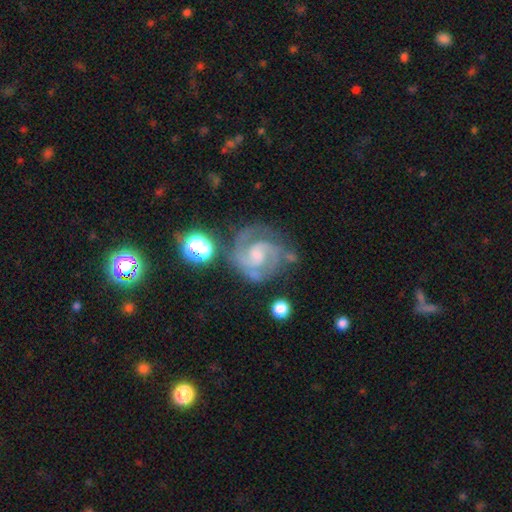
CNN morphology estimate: This is clearly a featured or disk galaxy (89%). It is clearly not viewed edge-on (98%). Bar: possibly weak (48%). Spiral arm pattern: clearly yes (98%). Spiral arm count: likely 2 (78%). Spiral winding: possibly medium (47%). Central bulge: possibly small (46%). Merging: likely none (68%).